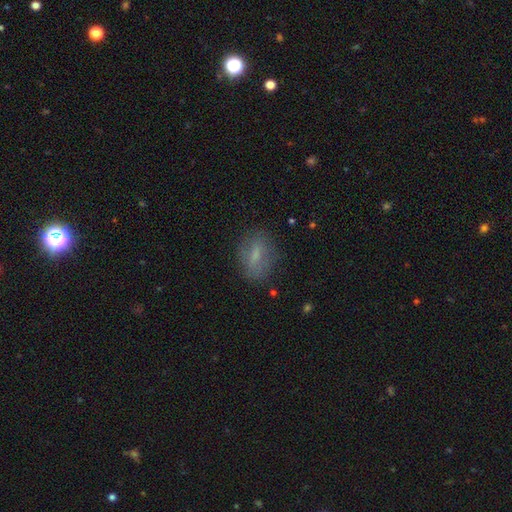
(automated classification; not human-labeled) A smooth galaxy with no disk features (65%) that is in between round and cigar-shaped (76%).

Vote fractions:
- Smooth or featured? smooth: 65% / featured or disk: 25% / star or artifact: 10%
- How rounded? in between: 76% / round: 16% / cigar-shaped: 8%
- Merging? none: 74% / minor disturbance: 17% / major disturbance: 7% / merger: 2%